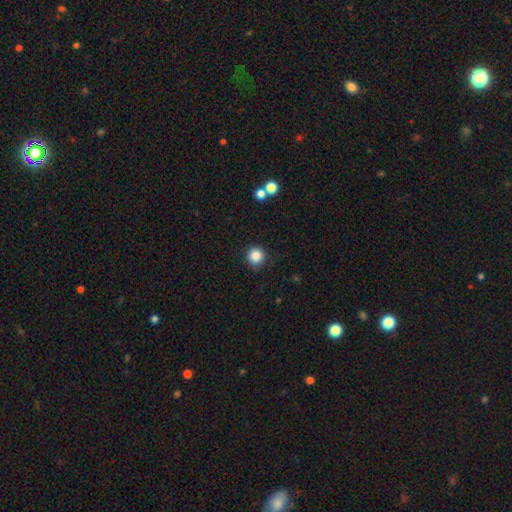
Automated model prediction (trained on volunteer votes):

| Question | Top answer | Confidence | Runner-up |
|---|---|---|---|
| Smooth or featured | smooth | 85% | star or artifact (11%) |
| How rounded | round | 95% | in between (4%) |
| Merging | none | 89% | minor disturbance (8%) |